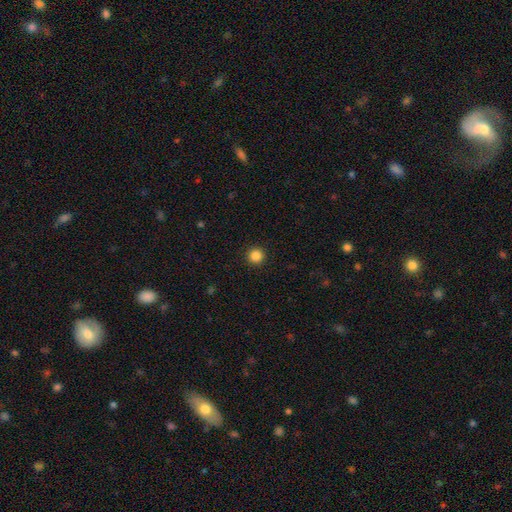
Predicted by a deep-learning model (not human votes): smooth 85%, star or artifact 11%, featured or disk 3%. Down the decision tree: how rounded — round (96%); merging — none (93%).